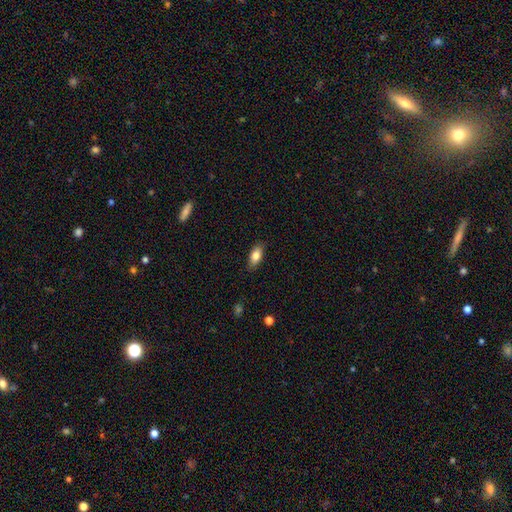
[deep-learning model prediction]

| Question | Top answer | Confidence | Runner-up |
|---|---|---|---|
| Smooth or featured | smooth | 81% | featured or disk (12%) |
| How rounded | in between | 84% | cigar-shaped (12%) |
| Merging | none | 84% | minor disturbance (12%) |